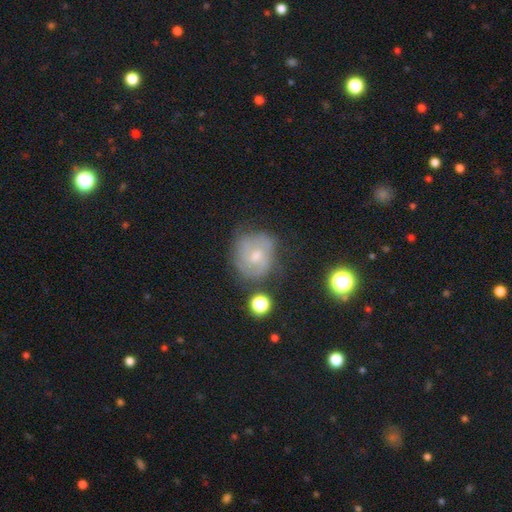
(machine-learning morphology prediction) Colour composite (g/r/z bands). It shows a featured or disk galaxy (55%) with no bar (61%), spiral arms (75%) and a moderate central bulge (48%). Merging: none (57%).